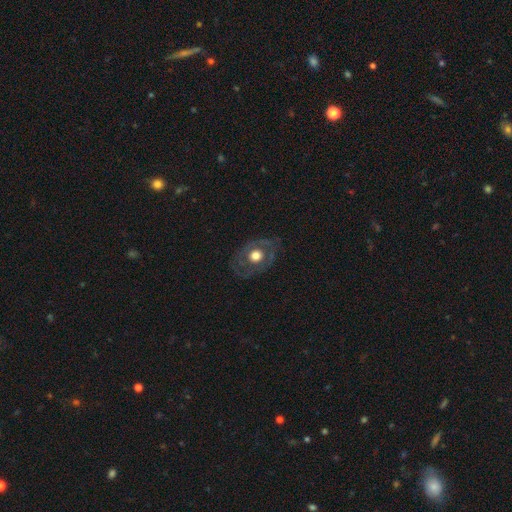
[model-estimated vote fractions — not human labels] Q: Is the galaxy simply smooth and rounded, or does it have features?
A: featured or disk — 56%.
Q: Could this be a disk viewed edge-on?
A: no — 94%.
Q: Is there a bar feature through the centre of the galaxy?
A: no — 89%.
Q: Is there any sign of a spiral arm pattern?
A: no — 73%.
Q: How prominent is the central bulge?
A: moderate — 49%.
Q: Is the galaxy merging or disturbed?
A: none — 74%.